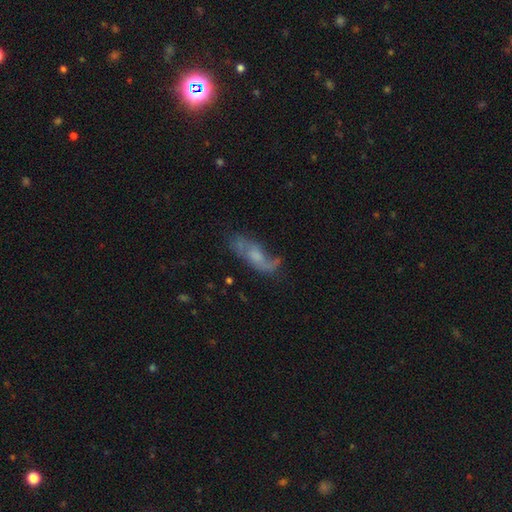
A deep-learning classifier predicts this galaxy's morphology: A featured or disk galaxy (64%) with no bar (65%), spiral arms (81%) and a moderate central bulge (33%).

Vote fractions:
- Smooth or featured? featured or disk: 64% / smooth: 26% / star or artifact: 10%
- Edge-on disk? no: 85% / yes: 15%
- Bar? no: 65% / weak: 30% / strong: 5%
- Spiral arms? yes: 81% / no: 19%
- Bulge size? moderate: 33% / small: 28% / none: 26% / large: 10% / dominant: 2%
- Merging? none: 52% / minor disturbance: 23% / major disturbance: 19% / merger: 5%